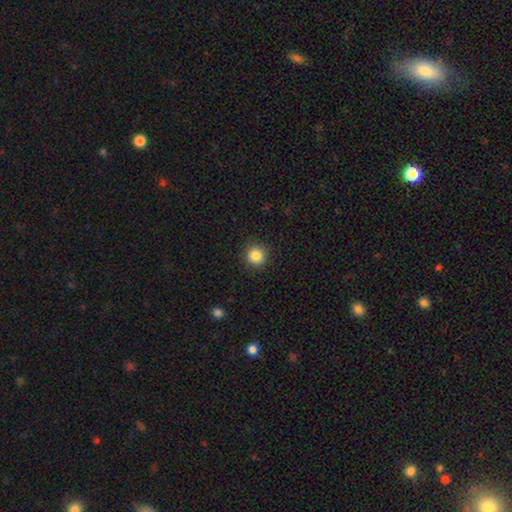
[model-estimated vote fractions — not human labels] Q: Smooth or featured?
A: smooth (85%); runner-up: star or artifact (11%)
Q: How rounded?
A: round (94%); runner-up: in between (6%)
Q: Merging?
A: none (90%); runner-up: minor disturbance (7%)